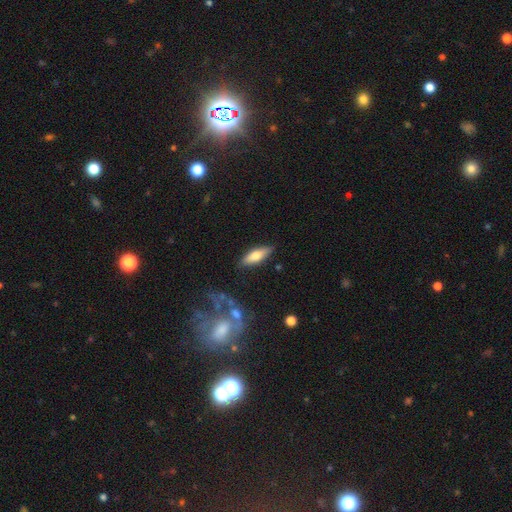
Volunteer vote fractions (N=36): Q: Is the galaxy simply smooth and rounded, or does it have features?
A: smooth — 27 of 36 (75%).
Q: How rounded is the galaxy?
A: in between — 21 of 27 (78%).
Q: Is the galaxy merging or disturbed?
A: none — 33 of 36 (92%).